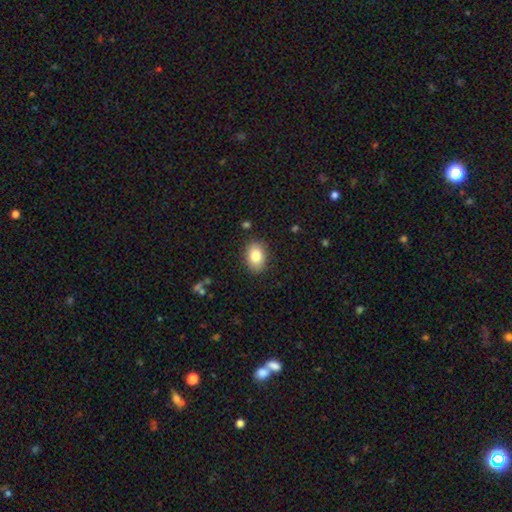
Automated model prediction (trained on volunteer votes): smooth_or_featured: smooth (p=0.83) [alt: featured or disk p=0.09]
how_rounded: in between (p=0.79) [alt: round p=0.20]
merging: none (p=0.86) [alt: minor disturbance p=0.10]